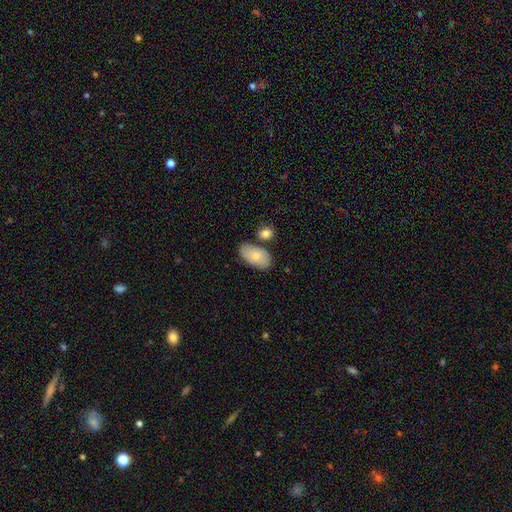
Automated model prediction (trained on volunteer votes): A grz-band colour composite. It shows a smooth galaxy with no disk features (75%) that is in between round and cigar-shaped (94%). Merging: none (69%).